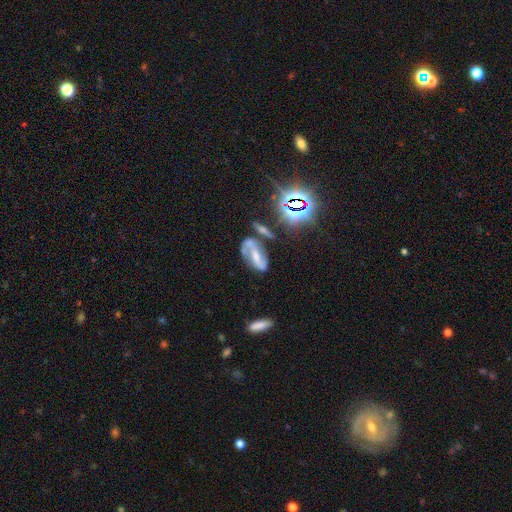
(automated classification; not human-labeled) smooth_or_featured: featured or disk (p=0.69) [alt: smooth p=0.16]
disk_edge_on: no (p=0.92) [alt: yes p=0.08]
bar: strong (p=0.48) [alt: weak p=0.29]
has_spiral_arms: yes (p=0.85) [alt: no p=0.15]
spiral_winding: medium (p=0.41) [alt: loose p=0.39]
spiral_arm_count: 2 (p=0.84) [alt: can't tell p=0.07]
bulge_size: small (p=0.44) [alt: moderate p=0.40]
merging: none (p=0.55) [alt: minor disturbance p=0.18]